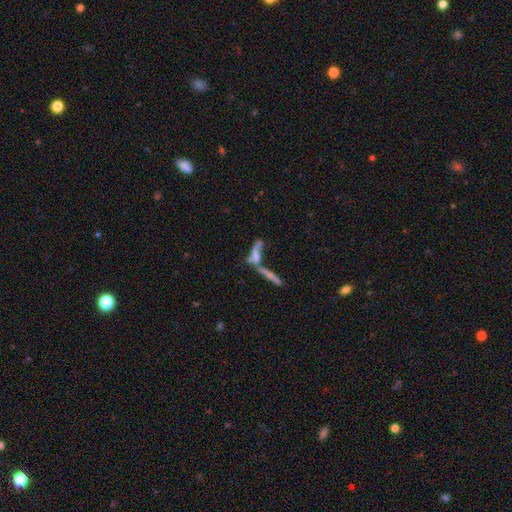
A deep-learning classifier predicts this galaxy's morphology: A featured or disk galaxy (46%).

Vote fractions:
- Smooth or featured? featured or disk: 46% / smooth: 41% / star or artifact: 13%
- Merging? merger: 61% / none: 20% / major disturbance: 11% / minor disturbance: 8%